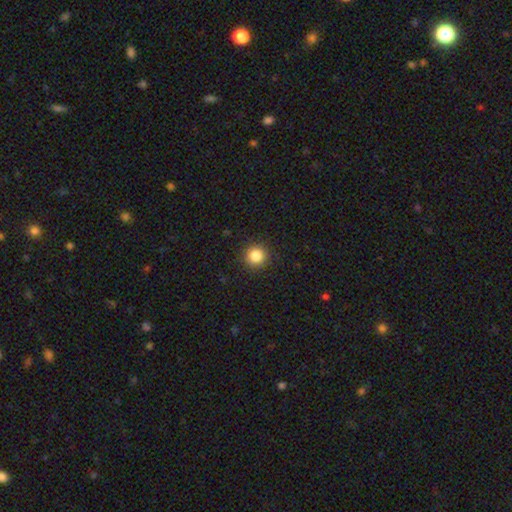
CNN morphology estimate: A smooth galaxy with no disk features (85%) that is round (95%). Merging: none (92%).